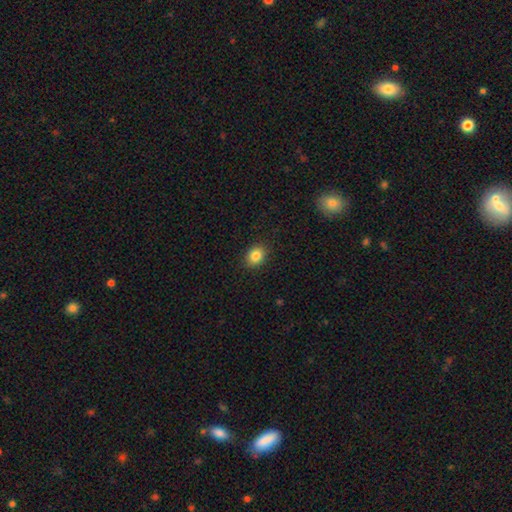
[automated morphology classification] Smooth or featured? smooth (84%)
How rounded? in between (53%)
Merging? none (89%)